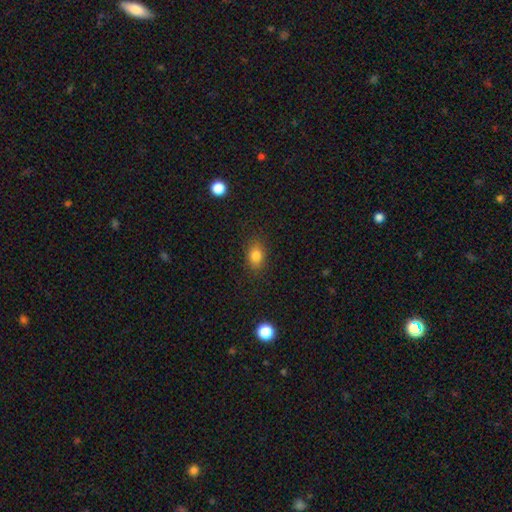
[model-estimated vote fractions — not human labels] Overall: smooth (82%). How rounded: in between (72%). Merging: none (85%).